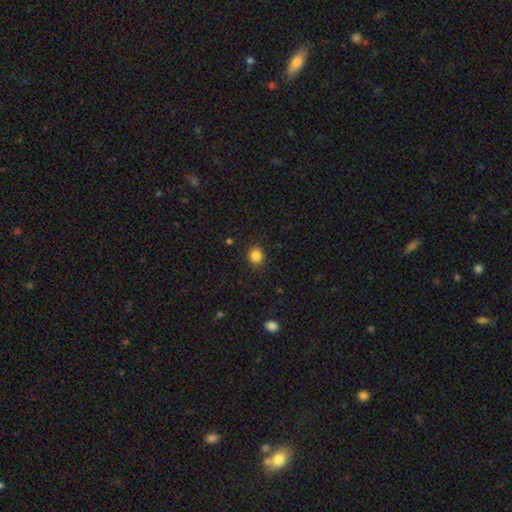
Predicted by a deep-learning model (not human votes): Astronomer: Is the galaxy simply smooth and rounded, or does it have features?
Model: smooth — 85%.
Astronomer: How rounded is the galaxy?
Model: round — 70%.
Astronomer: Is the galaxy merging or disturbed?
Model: none — 89%.